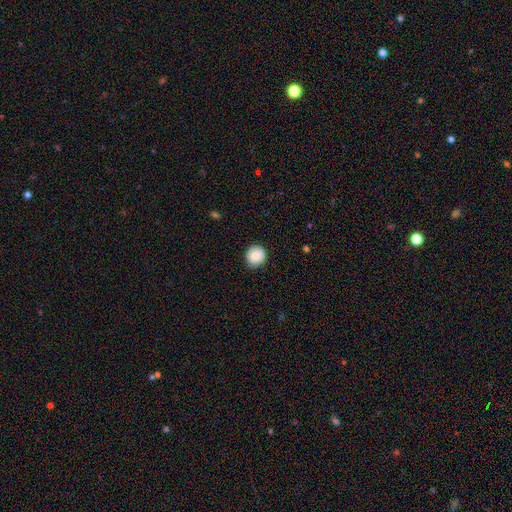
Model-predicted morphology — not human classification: This appears to be a smooth galaxy with no disk features (80%) that is round (86%). Merging: none (81%).